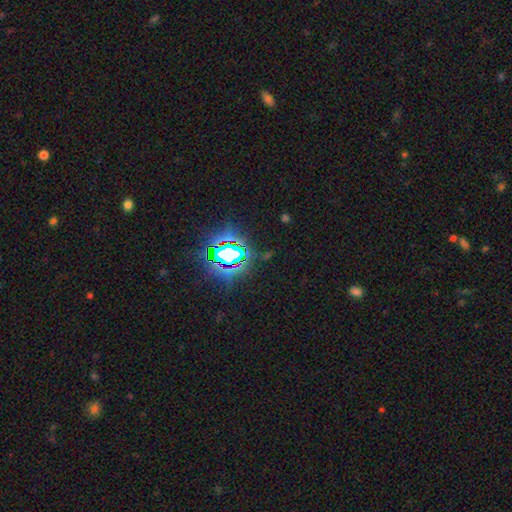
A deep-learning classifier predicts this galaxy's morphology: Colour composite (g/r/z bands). It shows a star or artifact, not a galaxy (79%).